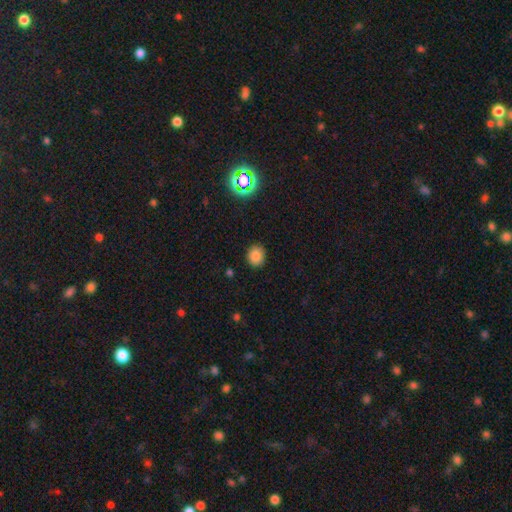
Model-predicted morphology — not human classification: A smooth galaxy with no disk features (83%) that is round (80%). Merging: none (89%).